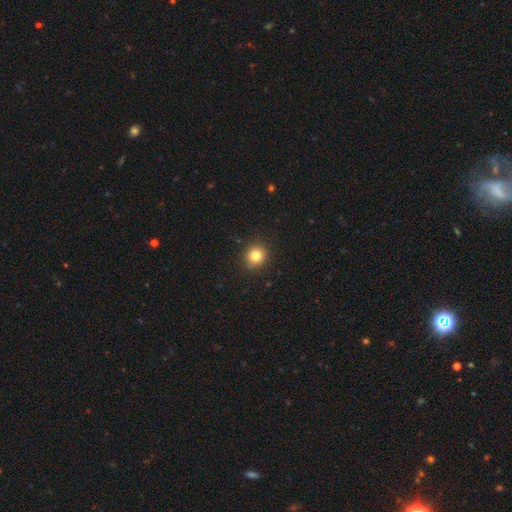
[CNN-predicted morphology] Q: Smooth or featured?
A: smooth (82%); runner-up: star or artifact (12%)
Q: How rounded?
A: round (88%); runner-up: in between (11%)
Q: Merging?
A: none (90%); runner-up: minor disturbance (7%)